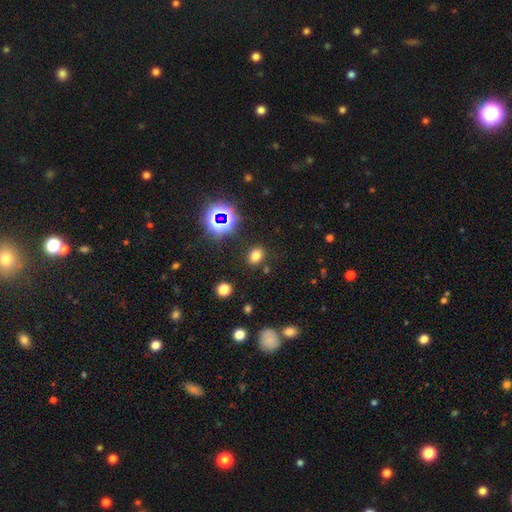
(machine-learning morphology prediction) smooth-or-featured: smooth: 72% | star or artifact: 21% | featured or disk: 7%
  how-rounded: in between: 65% | round: 34% | cigar-shaped: 1%
  merging: none: 85% | minor disturbance: 9% | major disturbance: 3% | merger: 3%